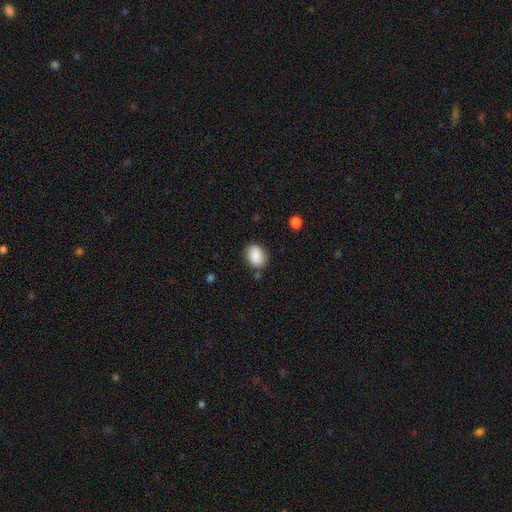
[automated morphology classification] Overall: smooth (85%). How rounded: in between (60%; round 39%). Merging: none (77%).